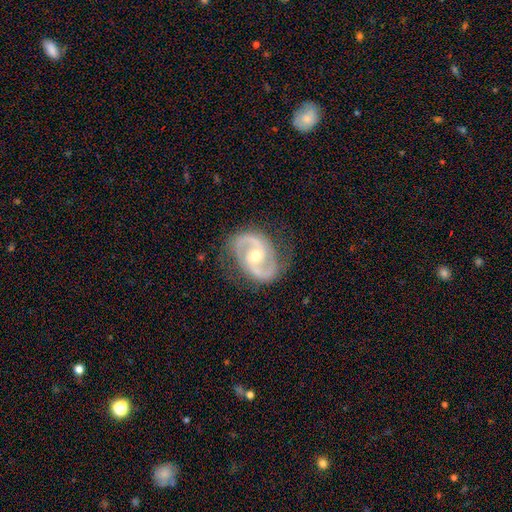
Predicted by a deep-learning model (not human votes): smooth_or_featured: featured or disk (p=0.92) [alt: star or artifact p=0.04]
disk_edge_on: no (p=0.98) [alt: yes p=0.02]
bar: no (p=0.49) [alt: weak p=0.35]
has_spiral_arms: yes (p=0.98) [alt: no p=0.02]
spiral_winding: medium (p=0.56) [alt: tight p=0.30]
spiral_arm_count: 2 (p=0.94) [alt: can't tell p=0.02]
bulge_size: moderate (p=0.69) [alt: small p=0.27]
merging: none (p=0.80) [alt: minor disturbance p=0.14]